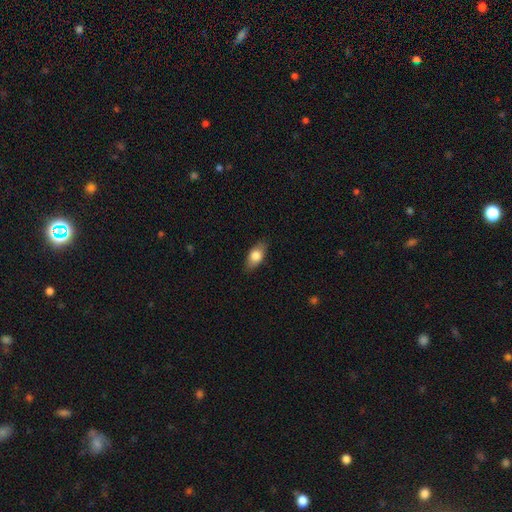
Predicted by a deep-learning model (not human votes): A smooth galaxy with no disk features (76%) that is in between round and cigar-shaped (86%). Merging: none (85%).